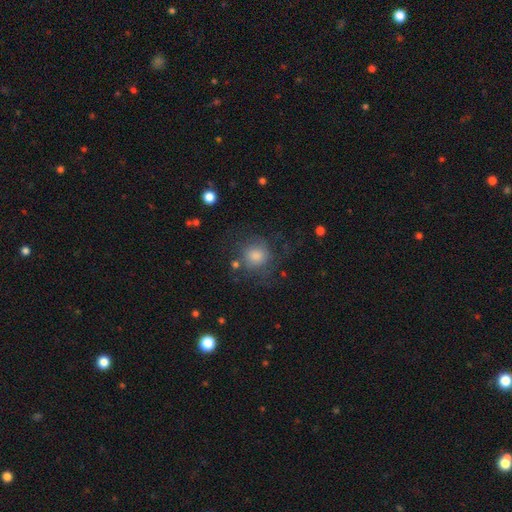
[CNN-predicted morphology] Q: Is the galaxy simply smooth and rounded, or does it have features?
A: smooth — 56%.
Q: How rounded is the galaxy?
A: round — 88%.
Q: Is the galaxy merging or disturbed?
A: none — 66%.